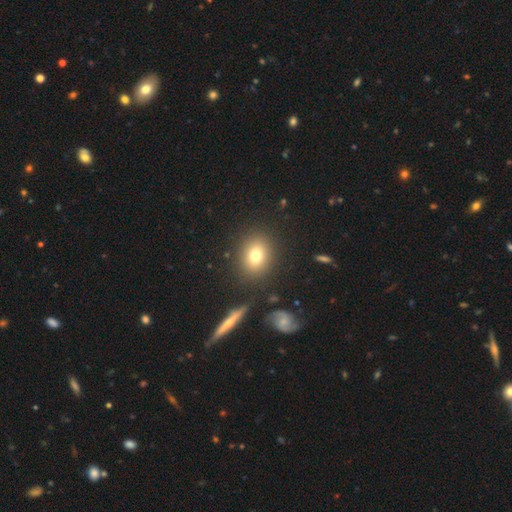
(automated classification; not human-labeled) The model was most divided on "how rounded": round: 58%, in between: 40%, cigar-shaped: 2%. More confident: merging — none (85%); smooth or featured — smooth (76%).